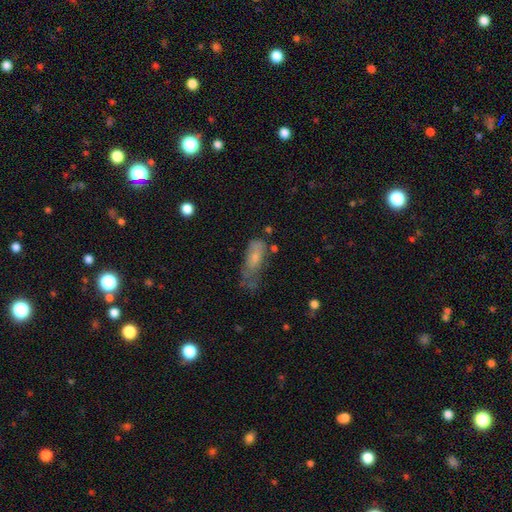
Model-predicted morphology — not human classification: A smooth galaxy with no disk features (53%) that is in between round and cigar-shaped (67%).

Vote fractions:
- Smooth or featured? smooth: 53% / featured or disk: 34% / star or artifact: 13%
- How rounded? in between: 67% / cigar-shaped: 30% / round: 4%
- Merging? none: 37% / minor disturbance: 31% / major disturbance: 27% / merger: 6%